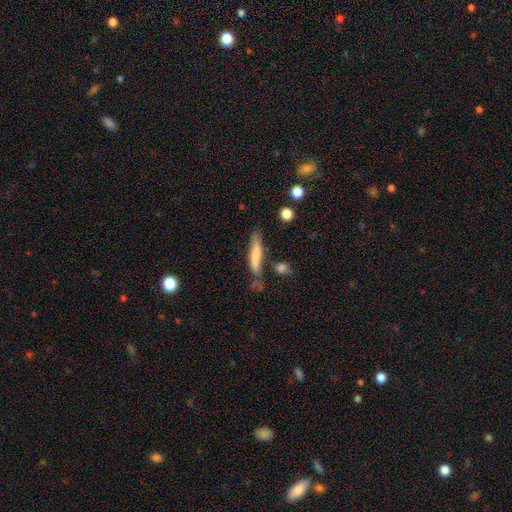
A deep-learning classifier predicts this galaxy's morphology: Smooth or featured? Predicted: smooth (p=0.70). How rounded? Predicted: cigar-shaped (p=0.82). Merging? Predicted: none (p=0.66).